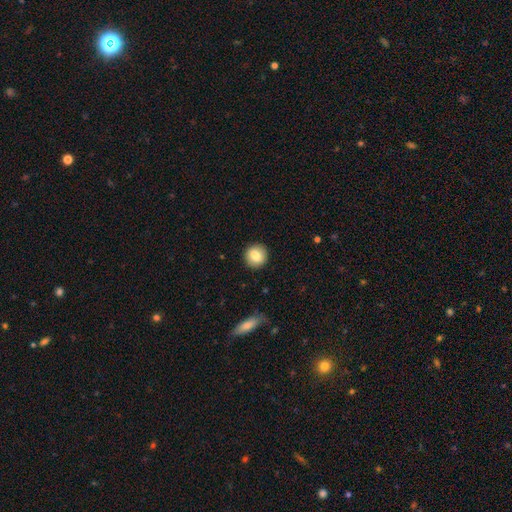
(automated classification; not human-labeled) Morphology: type=smooth (82%); roundness=round (88%); merging=none (90%).